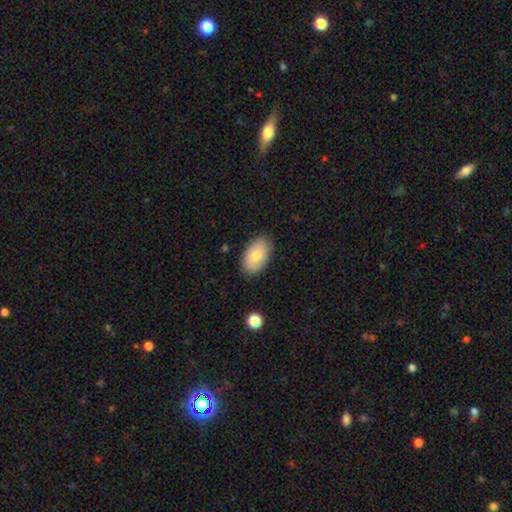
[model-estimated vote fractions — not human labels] smooth 75%, featured or disk 19%, star or artifact 6%. Down the decision tree: how rounded — in between (94%); merging — none (84%).